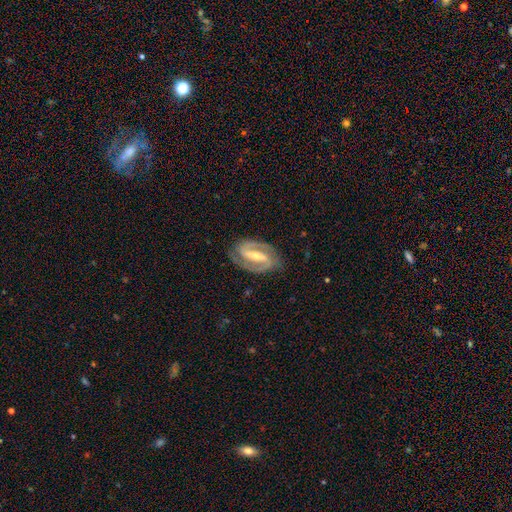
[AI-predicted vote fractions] A featured or disk galaxy (92%) with a strong bar (69%), 2 (93%) medium (51%) spiral arms (97%) and a moderate central bulge (49%).

Vote fractions:
- Smooth or featured? featured or disk: 92% / smooth: 5% / star or artifact: 4%
- Edge-on disk? no: 96% / yes: 4%
- Bar? strong: 69% / weak: 23% / no: 8%
- Spiral arms? yes: 97% / no: 3%
- Spiral winding? medium: 51% / tight: 36% / loose: 13%
- Spiral arm count? 2: 93% / can't tell: 2% / 1: 1% / 3: 1% / 4: 1% / more than 4: 1%
- Bulge size? moderate: 49% / small: 47% / large: 2% / none: 1% / dominant: 1%
- Merging? none: 85% / minor disturbance: 11% / major disturbance: 3% / merger: 1%